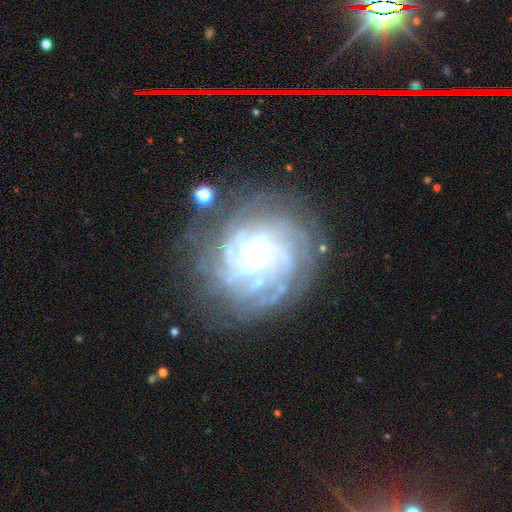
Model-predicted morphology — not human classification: featured or disk 82%, smooth 9%, star or artifact 9%. Down the decision tree: edge-on disk — no (97%); bar — no (74%); spiral arms — yes (93%); spiral arm count — can't tell (30%); spiral winding — tight (69%); bulge size — small (59%); merging — none (72%).